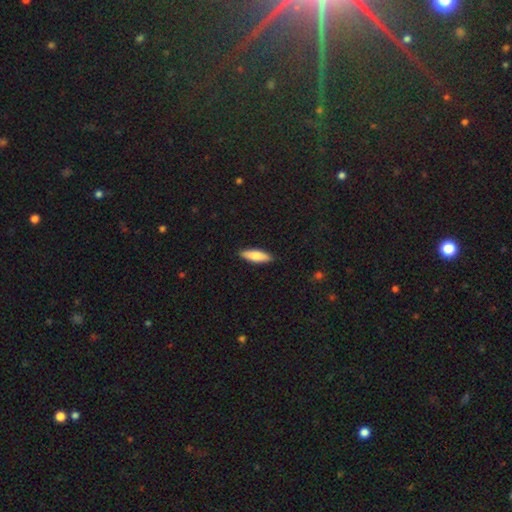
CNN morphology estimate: Smooth or featured?
  - smooth: 77% *
  - featured or disk: 17%
  - star or artifact: 6%
How rounded?
  - in between: 49% * (tied)
  - cigar-shaped: 49% * (tied)
  - round: 2%
Merging?
  - none: 89% *
  - minor disturbance: 8%
  - major disturbance: 2%
  - merger: 1%